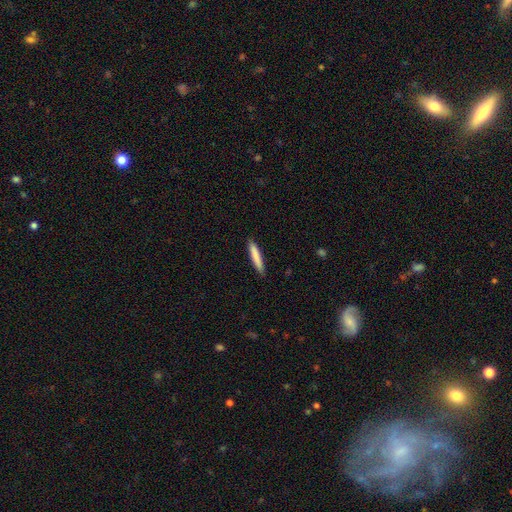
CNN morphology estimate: A smooth galaxy with no disk features (81%) that is cigar-shaped (93%).

Vote fractions:
- Smooth or featured? smooth: 81% / featured or disk: 13% / star or artifact: 6%
- How rounded? cigar-shaped: 93% / in between: 6% / round: 1%
- Merging? none: 89% / minor disturbance: 8% / major disturbance: 2% / merger: 1%